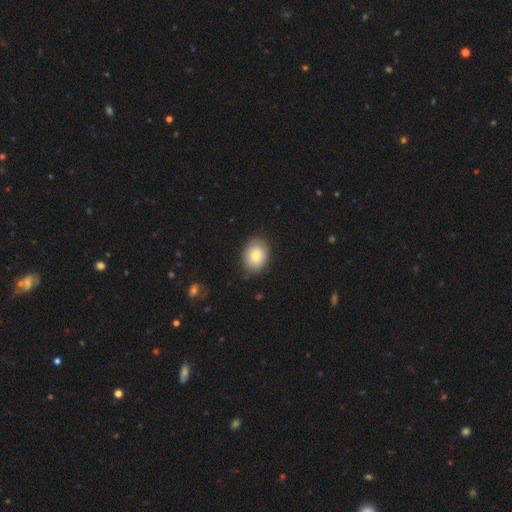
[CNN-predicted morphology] smooth_or_featured: smooth (p=0.79) [alt: featured or disk p=0.13]
how_rounded: in between (p=0.55) [alt: round p=0.44]
merging: none (p=0.86) [alt: minor disturbance p=0.10]